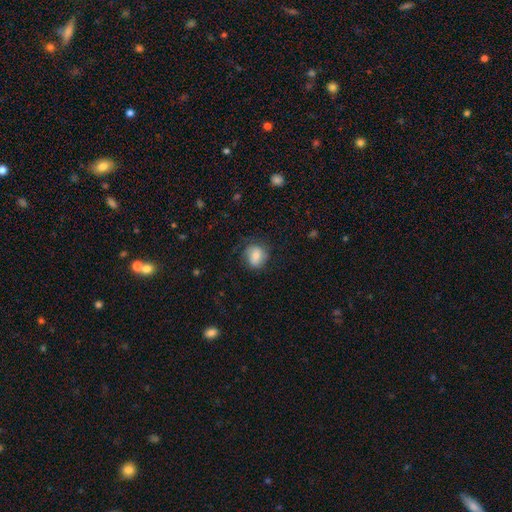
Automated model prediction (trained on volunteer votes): This appears to be a smooth galaxy with no disk features (77%) that is round (63%). Merging: none (71%).